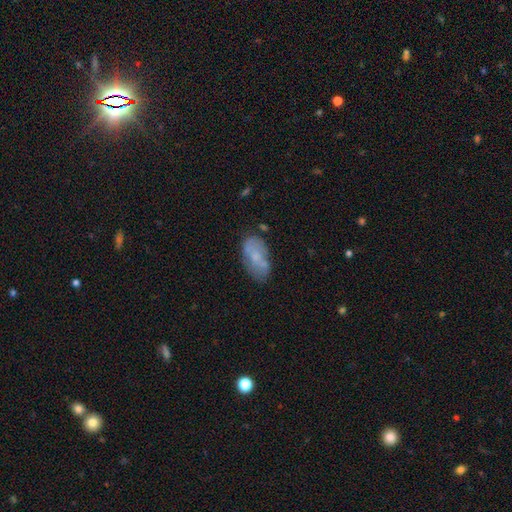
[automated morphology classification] smooth 58%, featured or disk 34%, star or artifact 8%. Down the decision tree: how rounded — in between (92%); merging — none (59%).